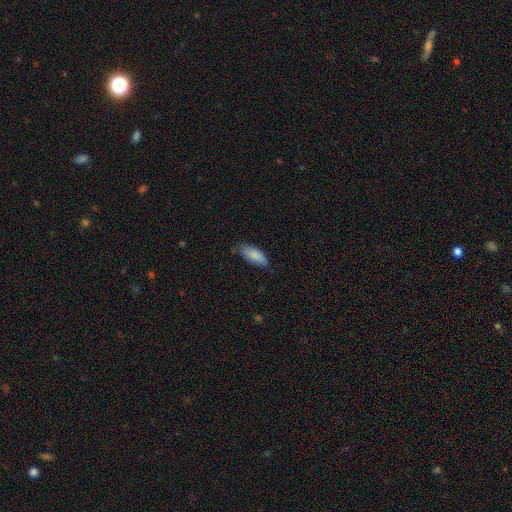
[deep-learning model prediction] smooth 84%, featured or disk 10%, star or artifact 6%. Down the decision tree: how rounded — in between (77%); merging — none (70%).